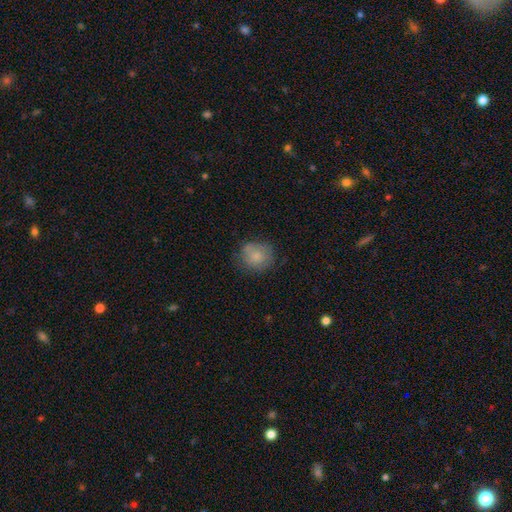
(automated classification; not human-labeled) Morphology: type=smooth (78%); roundness=round (78%); merging=none (67%).